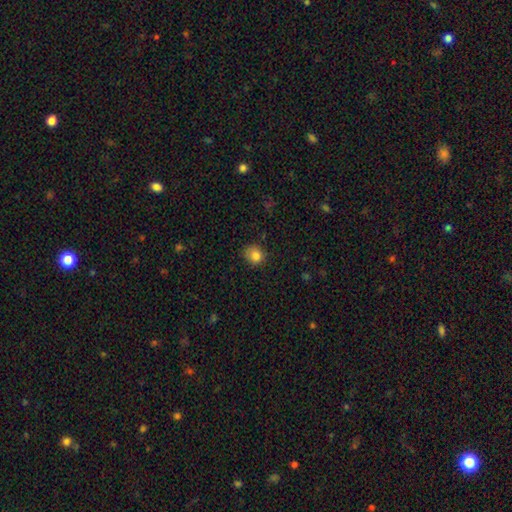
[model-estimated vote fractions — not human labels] Smooth or featured? smooth (83%)
How rounded? round (80%)
Merging? none (74%)